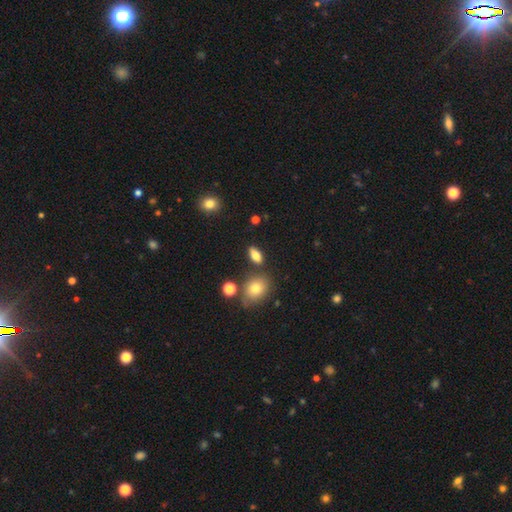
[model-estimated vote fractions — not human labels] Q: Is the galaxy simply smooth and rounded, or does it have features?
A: smooth — 75%.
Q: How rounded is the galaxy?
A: in between — 79%.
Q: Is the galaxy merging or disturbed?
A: none — 78%.